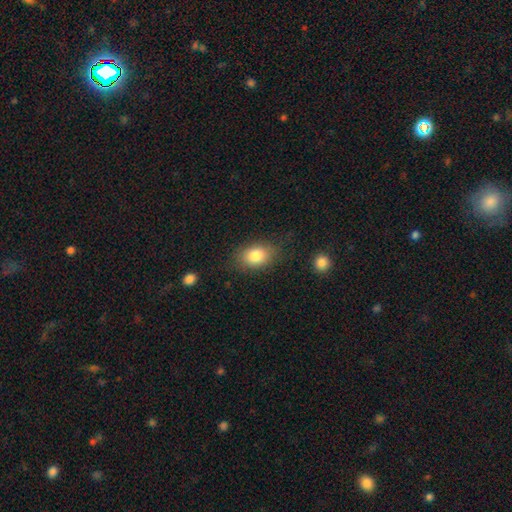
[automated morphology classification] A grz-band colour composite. It shows a smooth galaxy with no disk features (83%) that is in between round and cigar-shaped (74%). Merging: none (77%).